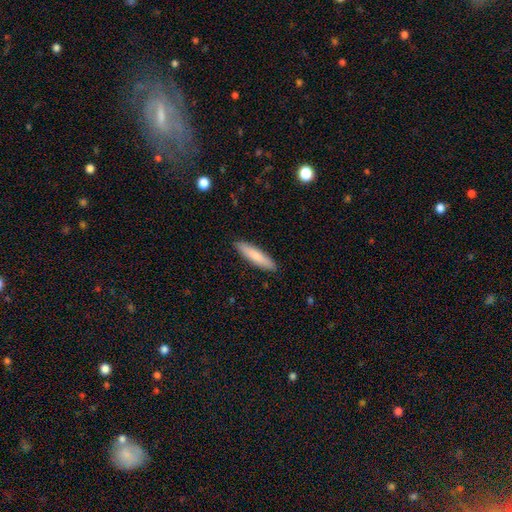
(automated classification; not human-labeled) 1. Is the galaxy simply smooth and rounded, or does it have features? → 81% smooth, 14% featured or disk, 5% star or artifact.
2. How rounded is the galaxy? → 82% cigar-shaped, 17% in between, 1% round.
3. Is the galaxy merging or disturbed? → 90% none, 7% minor disturbance, 2% major disturbance, 1% merger.